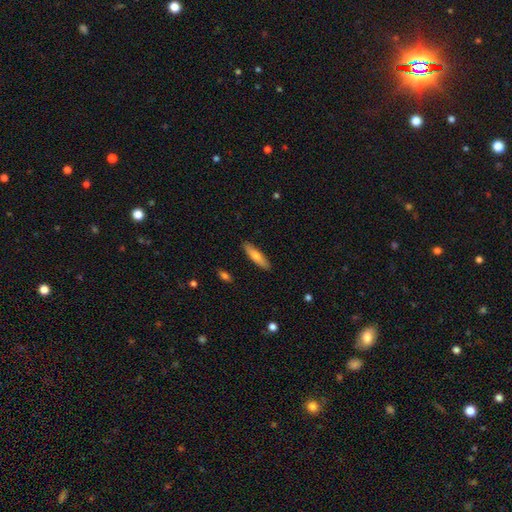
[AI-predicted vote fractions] smooth_or_featured: smooth (p=0.66) [alt: featured or disk p=0.28]
how_rounded: cigar-shaped (p=0.74) [alt: in between p=0.25]
merging: none (p=0.89) [alt: minor disturbance p=0.08]